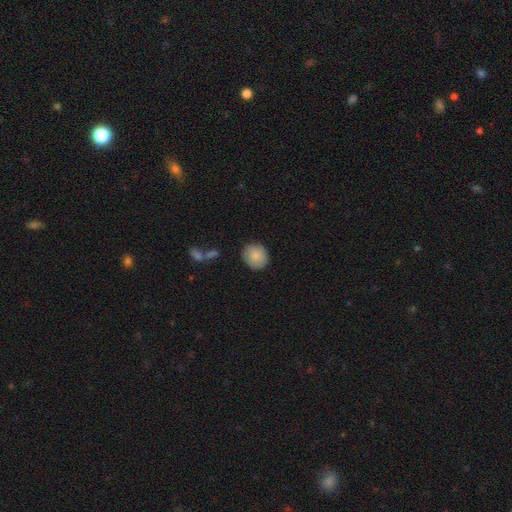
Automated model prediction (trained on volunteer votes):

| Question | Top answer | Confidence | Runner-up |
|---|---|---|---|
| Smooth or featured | smooth | 86% | featured or disk (8%) |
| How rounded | round | 83% | in between (16%) |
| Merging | none | 84% | minor disturbance (11%) |